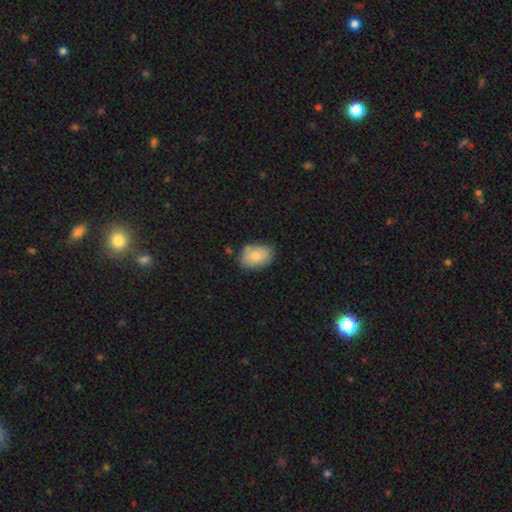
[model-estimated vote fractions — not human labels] smooth_or_featured: smooth (p=0.80) [alt: featured or disk p=0.13]
how_rounded: in between (p=0.85) [alt: round p=0.14]
merging: none (p=0.73) [alt: minor disturbance p=0.19]